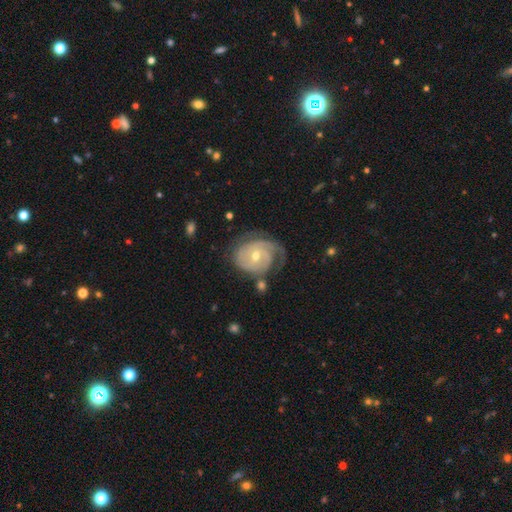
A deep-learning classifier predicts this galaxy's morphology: smooth-or-featured: featured or disk: 83% | smooth: 11% | star or artifact: 5%
  disk-edge-on: no: 97% | yes: 3%
    bar: no: 68% | weak: 26% | strong: 6%
    has-spiral-arms: yes: 93% | no: 7%
      spiral-winding: tight: 67% | medium: 25% | loose: 9%
      spiral-arm-count: 2: 35% | 1: 27% | can't tell: 21% | 3: 12% | 4: 3% | more than 4: 3%
    bulge-size: moderate: 54% | small: 43% | large: 2% | none: 1% | dominant: 1%
  merging: none: 55% | minor disturbance: 23% | major disturbance: 17% | merger: 4%